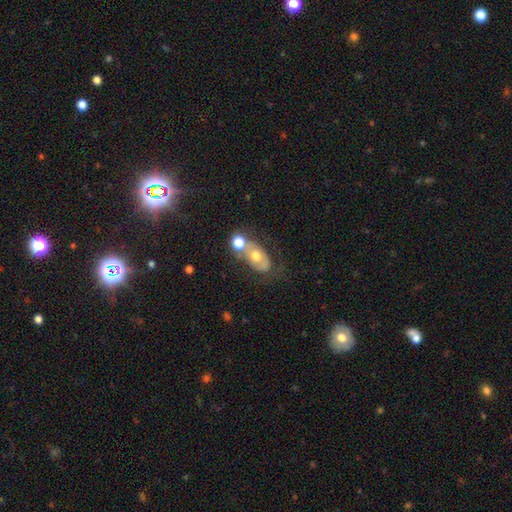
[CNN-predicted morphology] A featured or disk galaxy (45%). Merging: none (36%).